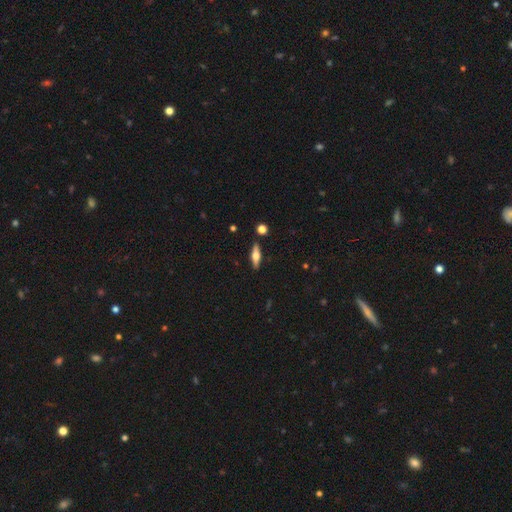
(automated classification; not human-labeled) This is possibly a featured or disk galaxy (50%). Merging: clearly none (87%).